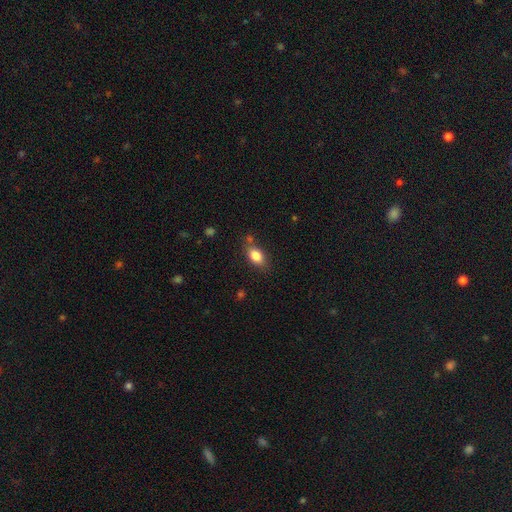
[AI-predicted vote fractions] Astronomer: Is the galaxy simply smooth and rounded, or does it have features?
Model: smooth — 84%.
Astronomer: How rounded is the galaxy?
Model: in between — 86%.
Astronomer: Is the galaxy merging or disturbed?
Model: none — 73%.